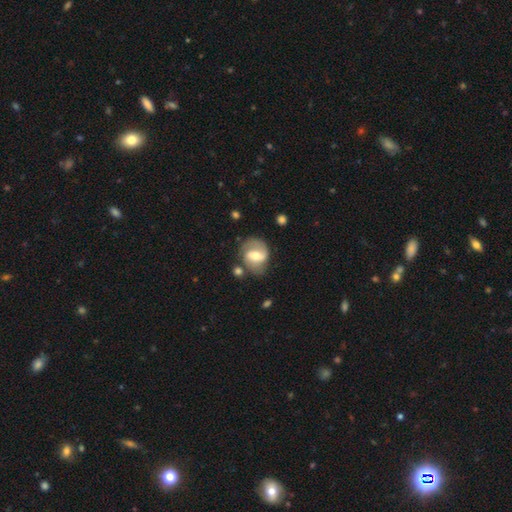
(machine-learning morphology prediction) Overall: featured or disk (72%). Edge-on disk: no (97%). Bar: weak (47%; strong 35%). Spiral arms: yes (87%). Spiral arm count: 2 (83%). Spiral winding: medium (46%; loose 32%). Bulge size: moderate (66%). Merging: none (69%).